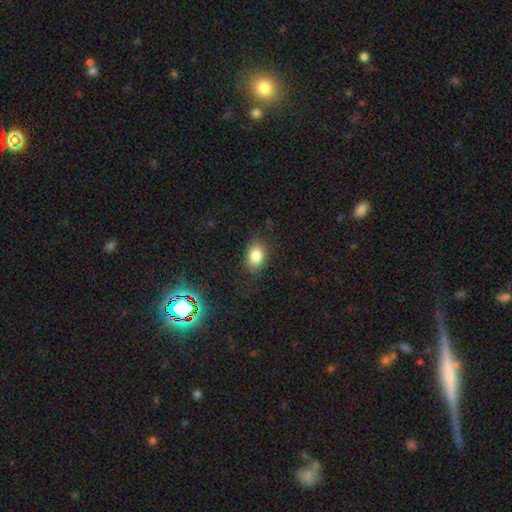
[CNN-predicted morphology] Smooth or featured: smooth — 81% (star or artifact — 12%)
How rounded: in between — 72% (round — 26%)
Merging: none — 76% (minor disturbance — 16%)